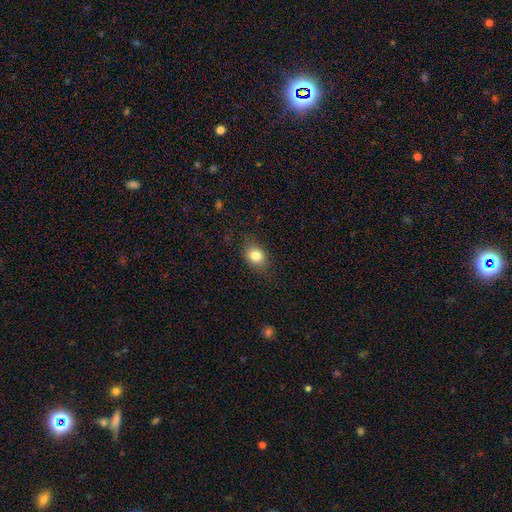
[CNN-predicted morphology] smooth 80%, star or artifact 10%, featured or disk 10%. Down the decision tree: how rounded — in between (59%); merging — none (79%).